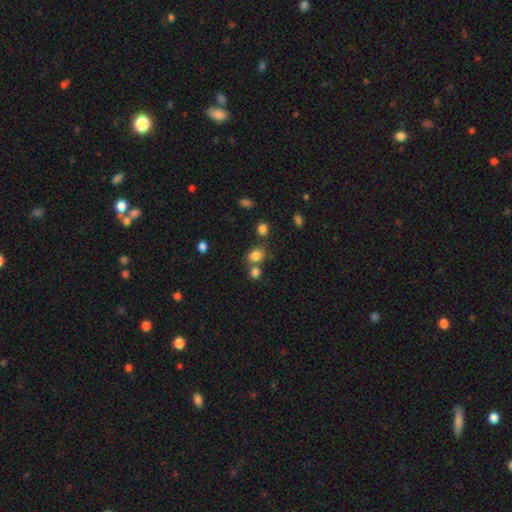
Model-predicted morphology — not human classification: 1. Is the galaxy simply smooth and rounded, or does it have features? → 81% smooth, 12% star or artifact, 7% featured or disk.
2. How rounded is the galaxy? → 60% in between, 38% round, 1% cigar-shaped.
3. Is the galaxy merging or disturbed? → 58% none, 25% merger, 12% minor disturbance, 5% major disturbance.